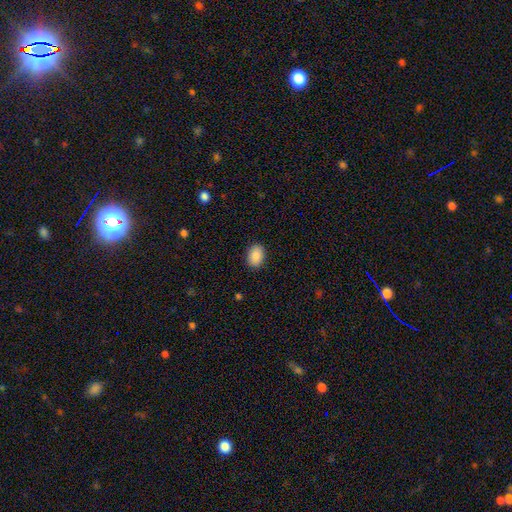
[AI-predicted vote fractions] A smooth galaxy with no disk features (88%) that is in between round and cigar-shaped (74%).

Vote fractions:
- Smooth or featured? smooth: 88% / star or artifact: 7% / featured or disk: 4%
- How rounded? in between: 74% / round: 25% / cigar-shaped: 1%
- Merging? none: 89% / minor disturbance: 8% / major disturbance: 2% / merger: 1%